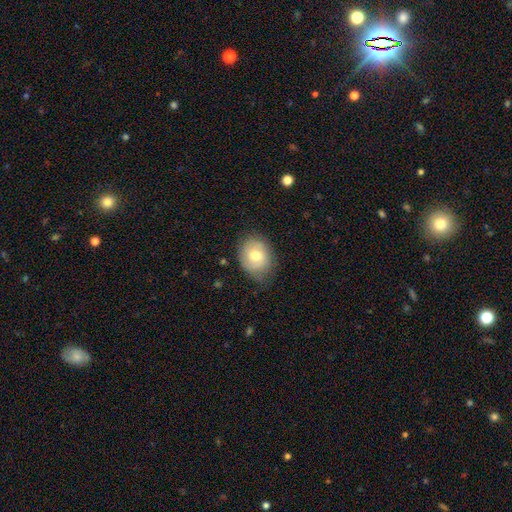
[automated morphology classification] Smooth or featured? Predicted: smooth (p=0.65). How rounded? Predicted: in between (p=0.52). Merging? Predicted: none (p=0.66).